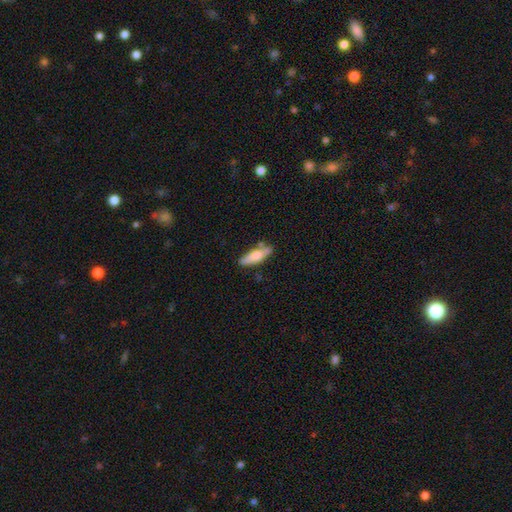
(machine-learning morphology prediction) Smooth or featured? smooth (68%)
How rounded? cigar-shaped (58%)
Merging? none (72%)